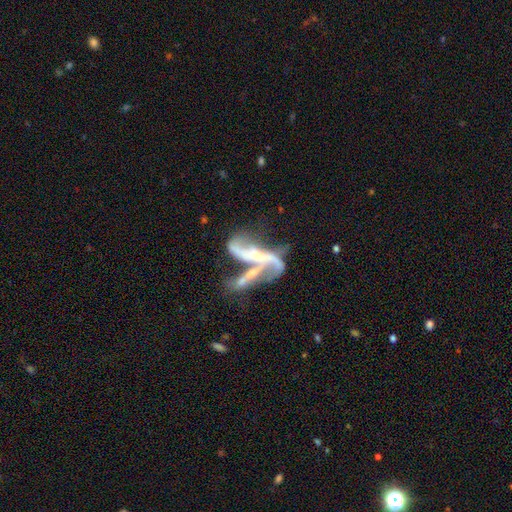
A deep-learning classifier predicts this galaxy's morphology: This appears to be a featured or disk galaxy (80%) with no bar (48%), 2 (68%) loose (77%) spiral arms (79%) and a small central bulge (50%). Merging: merger (47%).